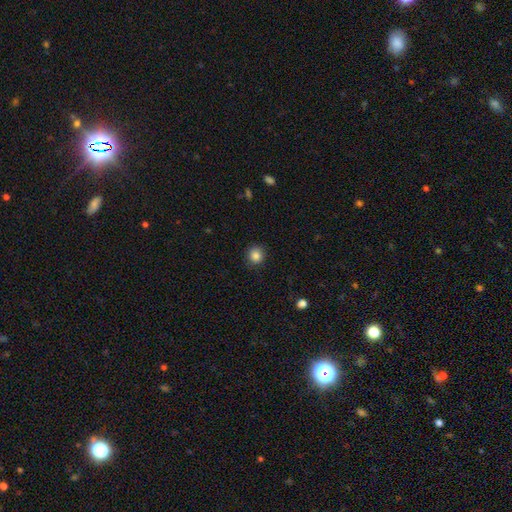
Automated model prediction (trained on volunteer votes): Smooth or featured?
  - smooth: 85% *
  - star or artifact: 11%
  - featured or disk: 5%
How rounded?
  - round: 91% *
  - in between: 8%
  - cigar-shaped: 1%
Merging?
  - none: 90% *
  - minor disturbance: 7%
  - major disturbance: 2%
  - merger: 1%